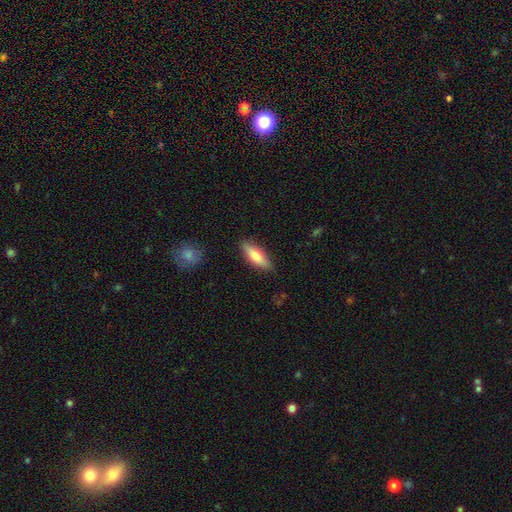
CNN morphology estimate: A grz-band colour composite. It shows a smooth galaxy with no disk features (72%) that is in between round and cigar-shaped (53%). Merging: none (85%).